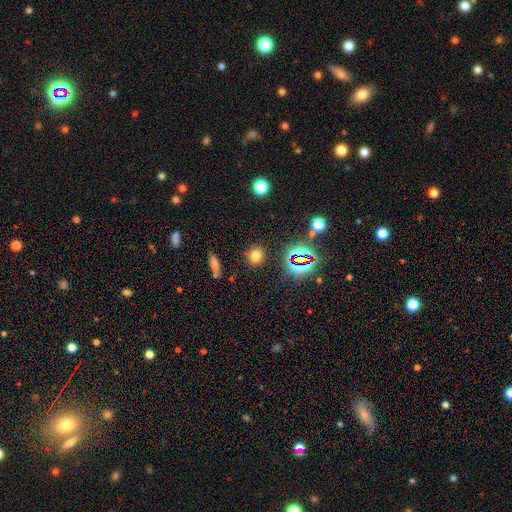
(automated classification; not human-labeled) A smooth galaxy with no disk features (68%) that is round (73%).

Vote fractions:
- Smooth or featured? smooth: 68% / star or artifact: 24% / featured or disk: 8%
- How rounded? round: 73% / in between: 25% / cigar-shaped: 2%
- Merging? none: 87% / minor disturbance: 7% / major disturbance: 3% / merger: 2%